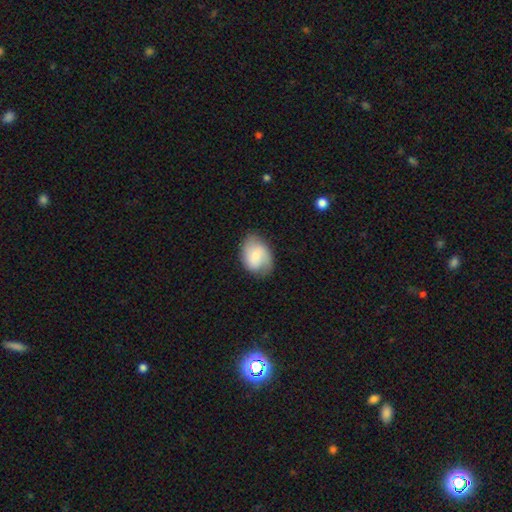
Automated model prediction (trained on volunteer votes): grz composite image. It shows a smooth galaxy with no disk features (62%) that is in between round and cigar-shaped (74%). Merging: none (69%).